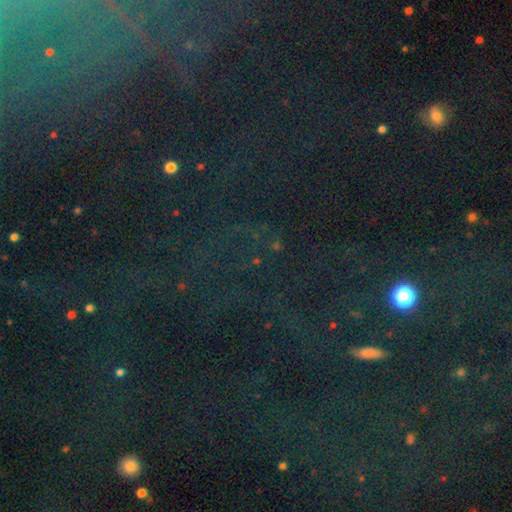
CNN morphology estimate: Overall: star or artifact (78%).